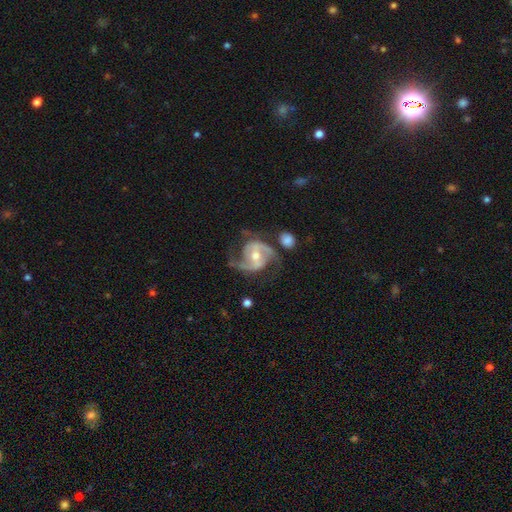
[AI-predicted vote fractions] Smooth or featured? Predicted: featured or disk (p=0.89). Edge-on disk? Predicted: no (p=0.97). Bar? Predicted: weak (p=0.43). Spiral arms? Predicted: yes (p=0.96). Spiral winding? Predicted: medium (p=0.53). Spiral arm count? Predicted: 2 (p=0.85). Bulge size? Predicted: moderate (p=0.65). Merging? Predicted: none (p=0.59).